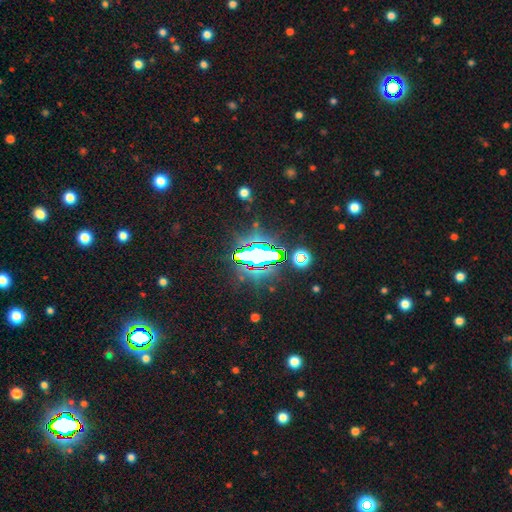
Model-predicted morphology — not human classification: Smooth or featured?
  - star or artifact: 69% *
  - smooth: 18%
  - featured or disk: 13%